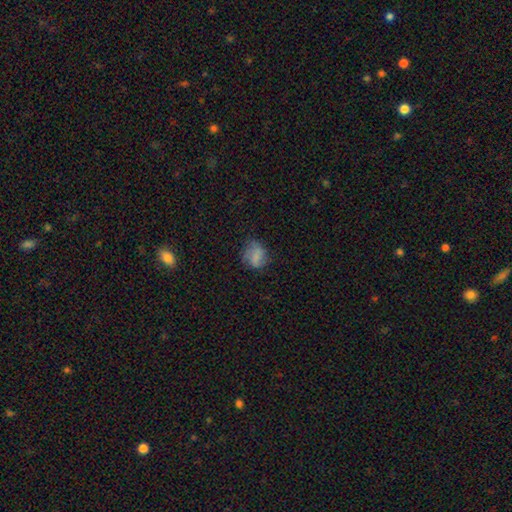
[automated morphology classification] smooth-or-featured: smooth: 68% | featured or disk: 21% | star or artifact: 11%
  how-rounded: round: 53% | in between: 45% | cigar-shaped: 2%
  merging: none: 61% | minor disturbance: 25% | major disturbance: 12% | merger: 2%